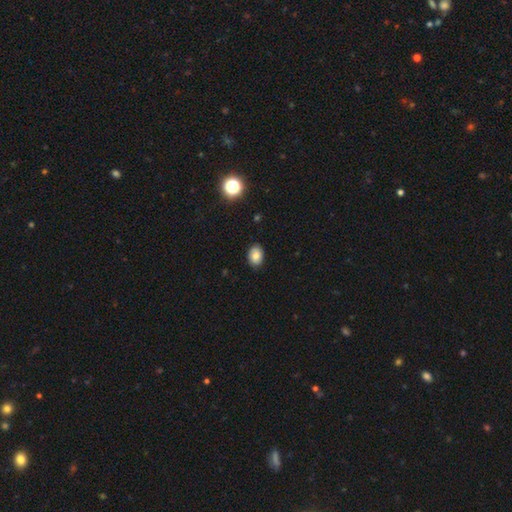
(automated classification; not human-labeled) Q: Smooth or featured?
A: smooth (80%); runner-up: star or artifact (10%)
Q: How rounded?
A: in between (75%); runner-up: round (24%)
Q: Merging?
A: none (88%); runner-up: minor disturbance (9%)